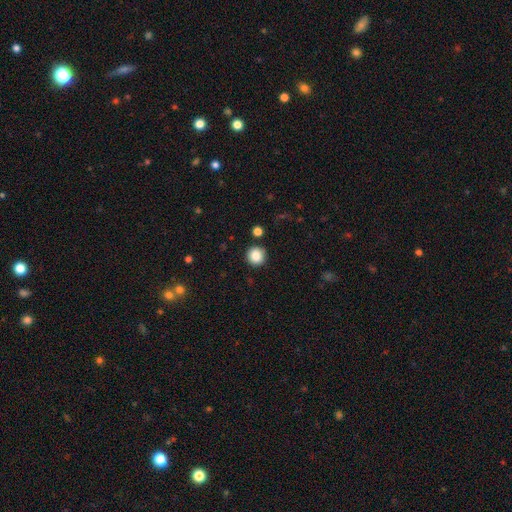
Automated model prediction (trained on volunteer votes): Smooth or featured? Predicted: smooth (p=0.85). How rounded? Predicted: round (p=0.94). Merging? Predicted: none (p=0.90).